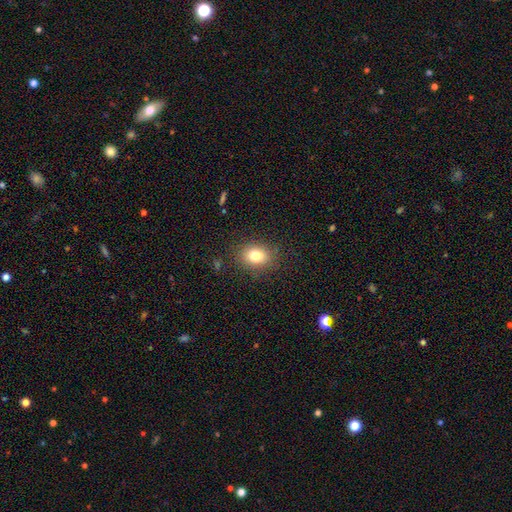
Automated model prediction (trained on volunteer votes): Smooth or featured?
  - smooth: 79% *
  - star or artifact: 11%
  - featured or disk: 9%
How rounded?
  - in between: 52% *
  - round: 47%
  - cigar-shaped: 1%
Merging?
  - none: 84% *
  - minor disturbance: 11%
  - major disturbance: 4%
  - merger: 1%